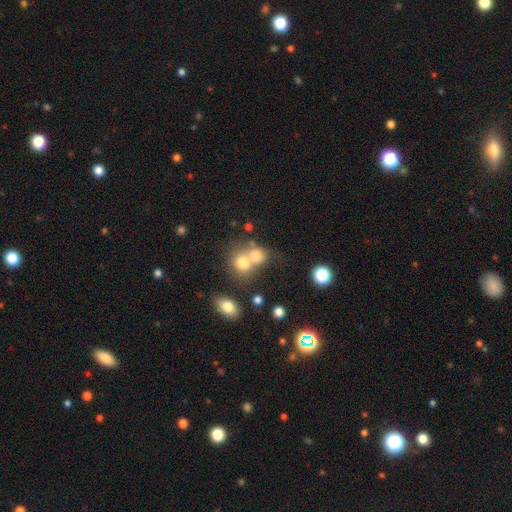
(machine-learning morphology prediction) type=smooth (73%); roundness=round (68%); merging=merger (58%).